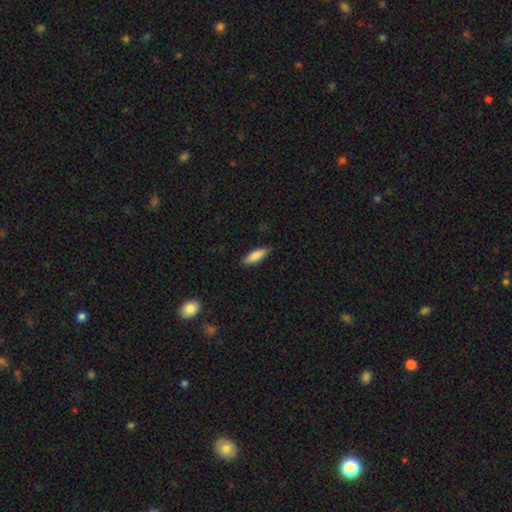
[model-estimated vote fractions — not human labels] Smooth or featured: smooth — 82% (featured or disk — 12%)
How rounded: cigar-shaped — 57% (in between — 42%)
Merging: none — 85% (minor disturbance — 12%)